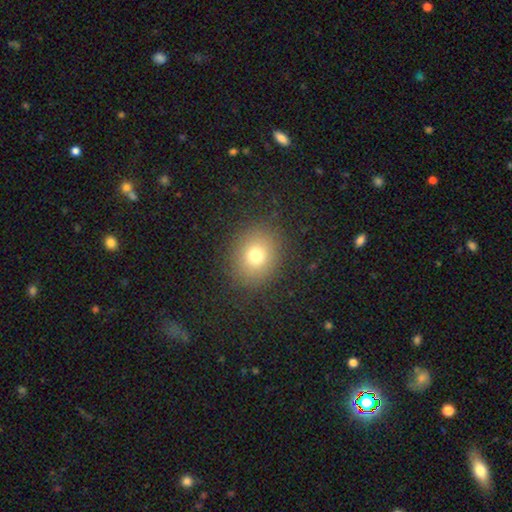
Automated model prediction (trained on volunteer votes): Q: Smooth or featured?
A: smooth (73%); runner-up: star or artifact (16%)
Q: How rounded?
A: round (68%); runner-up: in between (31%)
Q: Merging?
A: none (86%); runner-up: minor disturbance (9%)